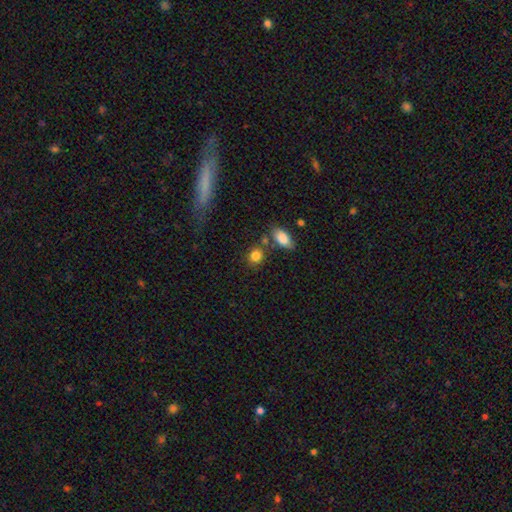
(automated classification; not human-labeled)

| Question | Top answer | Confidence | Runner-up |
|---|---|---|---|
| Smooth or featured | smooth | 85% | star or artifact (10%) |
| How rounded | round | 67% | in between (31%) |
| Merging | none | 70% | merger (13%) |